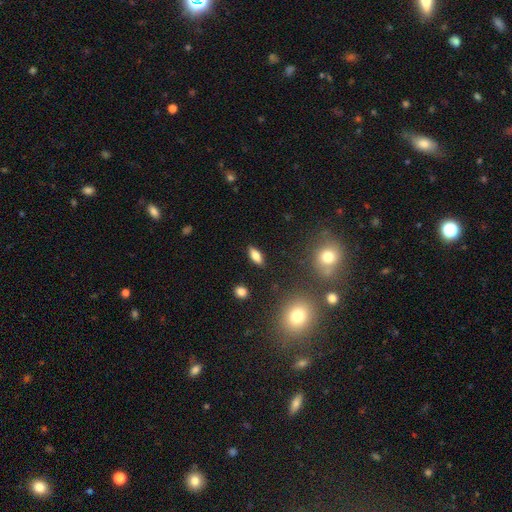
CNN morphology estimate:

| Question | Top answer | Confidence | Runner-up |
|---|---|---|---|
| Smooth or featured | smooth | 72% | featured or disk (18%) |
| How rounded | in between | 76% | cigar-shaped (20%) |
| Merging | none | 87% | minor disturbance (9%) |